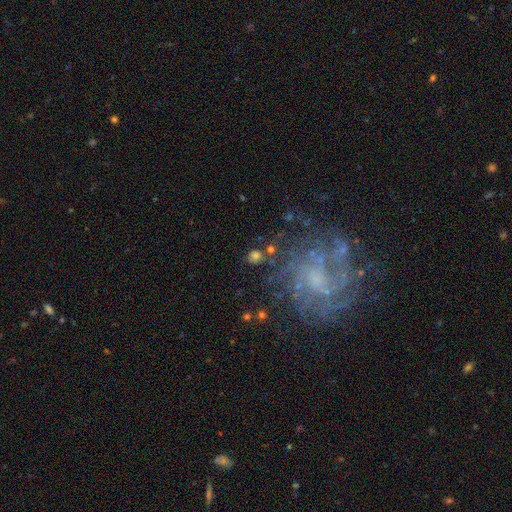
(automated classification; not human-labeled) Smooth or featured?
  - smooth: 61% *
  - featured or disk: 21%
  - star or artifact: 18%
How rounded?
  - round: 71% *
  - in between: 28%
  - cigar-shaped: 2%
Merging?
  - none: 75% *
  - minor disturbance: 12%
  - major disturbance: 7%
  - merger: 5%